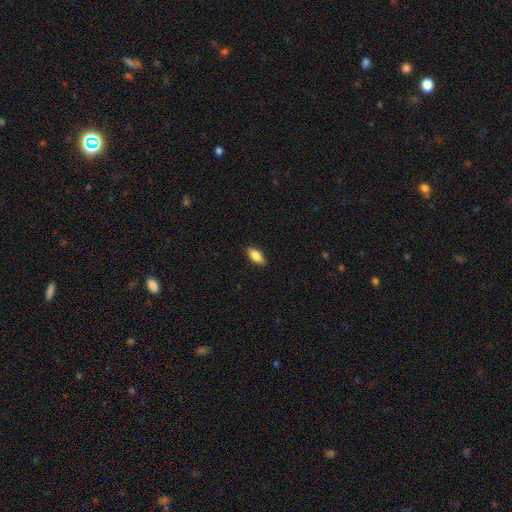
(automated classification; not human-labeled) smooth_or_featured: smooth (p=0.81) [alt: featured or disk p=0.12]
how_rounded: in between (p=0.84) [alt: cigar-shaped p=0.13]
merging: none (p=0.88) [alt: minor disturbance p=0.09]